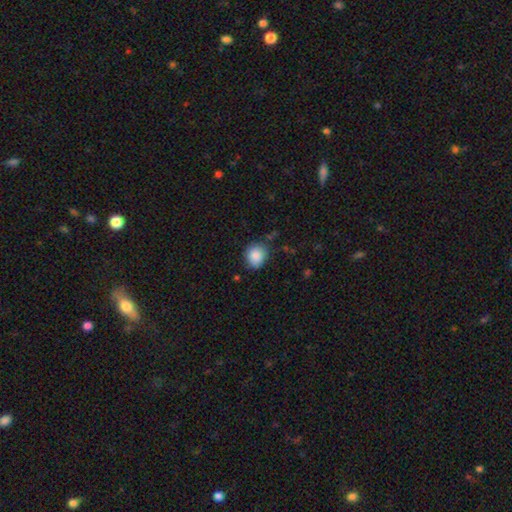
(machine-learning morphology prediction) Smooth or featured: smooth — 88% (star or artifact — 8%)
How rounded: round — 71% (in between — 28%)
Merging: none — 77% (minor disturbance — 18%)